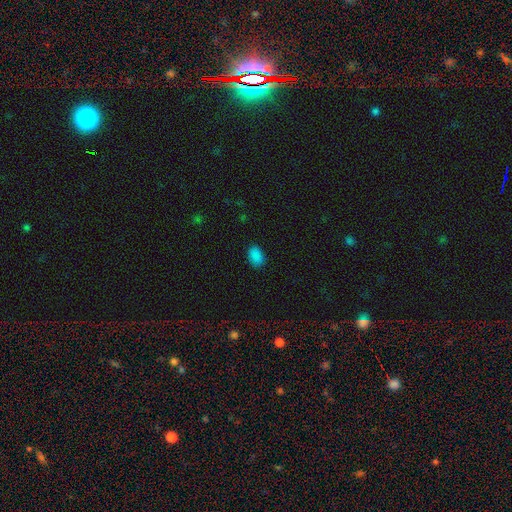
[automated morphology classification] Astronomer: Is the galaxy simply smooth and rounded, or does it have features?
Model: smooth — 85%.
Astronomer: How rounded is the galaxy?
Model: in between — 86%.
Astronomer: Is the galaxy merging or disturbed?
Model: none — 86%.